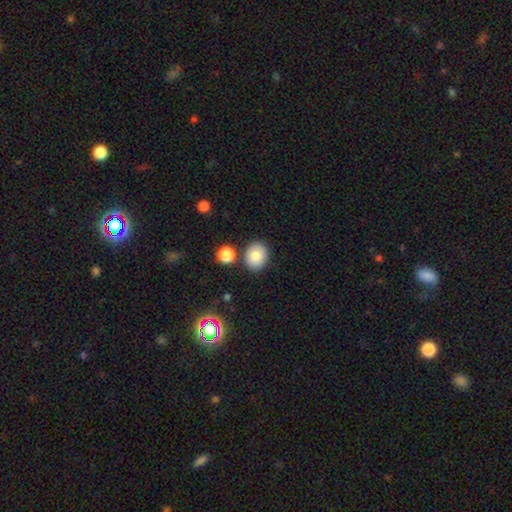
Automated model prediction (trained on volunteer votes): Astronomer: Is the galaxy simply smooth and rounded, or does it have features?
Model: smooth — 82%.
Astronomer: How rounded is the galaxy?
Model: round — 54% (runner-up: in between, 45%).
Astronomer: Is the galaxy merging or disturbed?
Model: none — 81%.